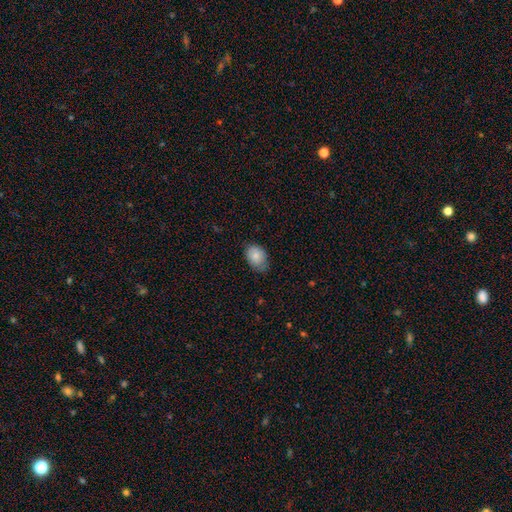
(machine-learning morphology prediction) A smooth galaxy with no disk features (82%) that is in between round and cigar-shaped (78%). Merging: none (63%).